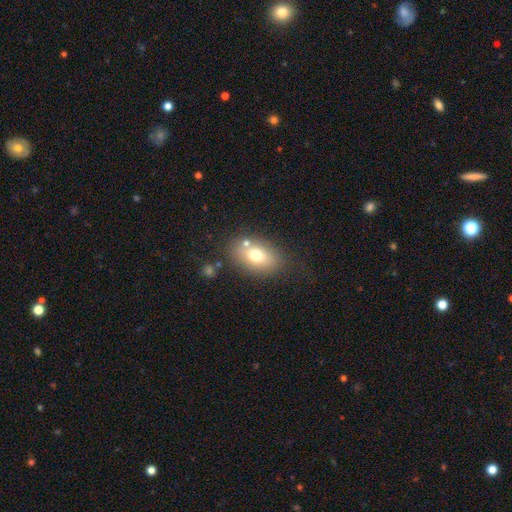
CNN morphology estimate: smooth 71%, featured or disk 18%, star or artifact 11%. Down the decision tree: how rounded — in between (83%); merging — none (72%).